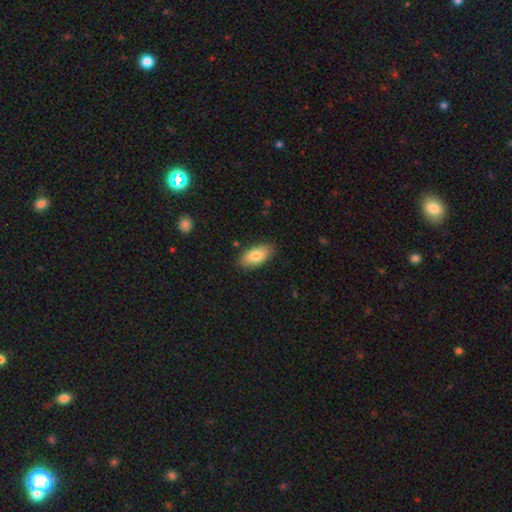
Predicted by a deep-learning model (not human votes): Smooth or featured? smooth (82%)
How rounded? in between (92%)
Merging? none (86%)